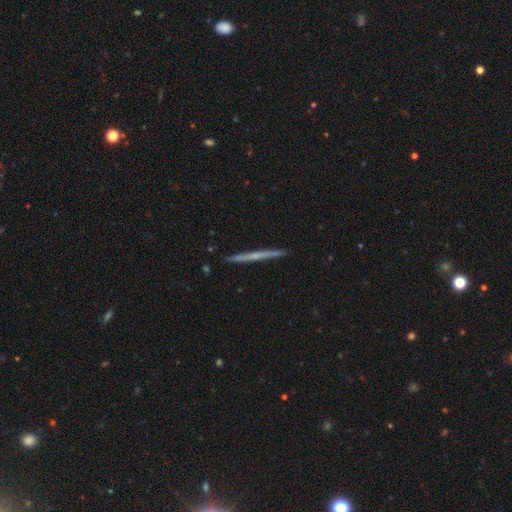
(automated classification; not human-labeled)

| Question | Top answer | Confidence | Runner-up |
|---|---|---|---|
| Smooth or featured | featured or disk | 59% | smooth (35%) |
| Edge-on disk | yes | 98% | no (2%) |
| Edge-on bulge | none | 73% | rounded (23%) |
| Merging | none | 92% | minor disturbance (6%) |